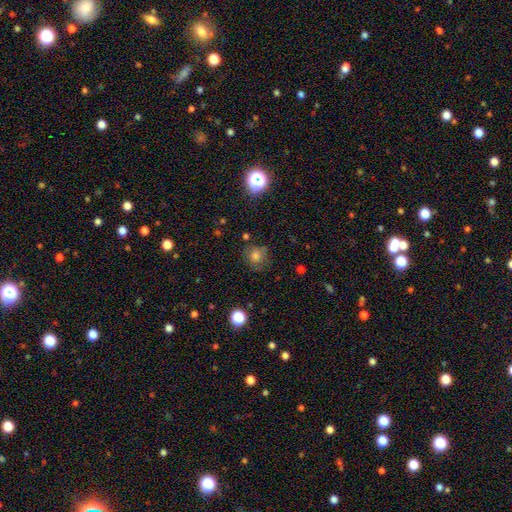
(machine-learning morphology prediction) Q: Smooth or featured?
A: smooth (72%); runner-up: star or artifact (18%)
Q: How rounded?
A: round (85%); runner-up: in between (14%)
Q: Merging?
A: none (72%); runner-up: minor disturbance (18%)